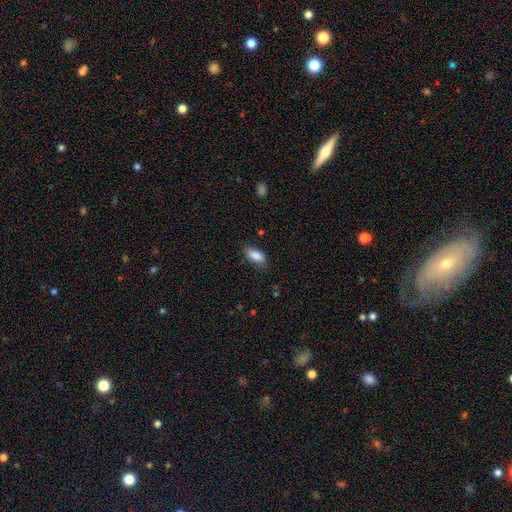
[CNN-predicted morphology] A smooth galaxy with no disk features (87%) that is in between round and cigar-shaped (89%).

Vote fractions:
- Smooth or featured? smooth: 87% / star or artifact: 7% / featured or disk: 5%
- How rounded? in between: 89% / cigar-shaped: 8% / round: 3%
- Merging? none: 79% / minor disturbance: 16% / major disturbance: 4% / merger: 1%